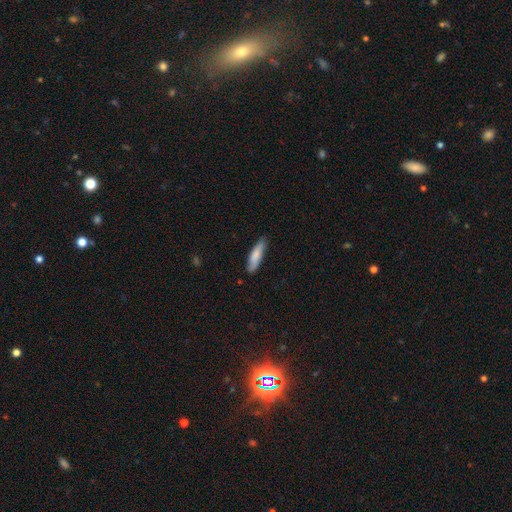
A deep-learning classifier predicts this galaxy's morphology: This is likely a smooth galaxy (79%). How rounded: likely cigar-shaped (67%). Merging: clearly none (80%).